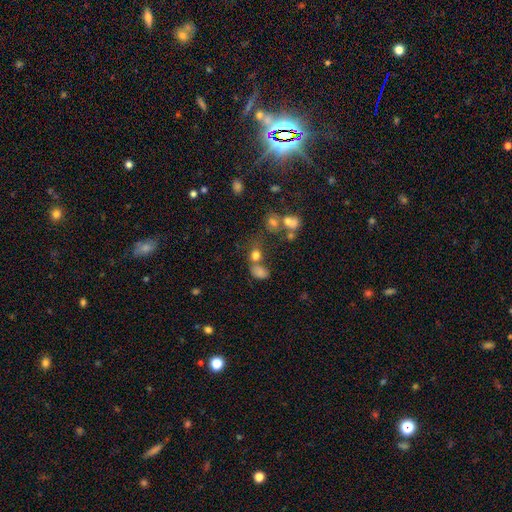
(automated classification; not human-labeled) Smooth or featured? smooth (72%)
How rounded? in between (50%)
Merging? none (44%)